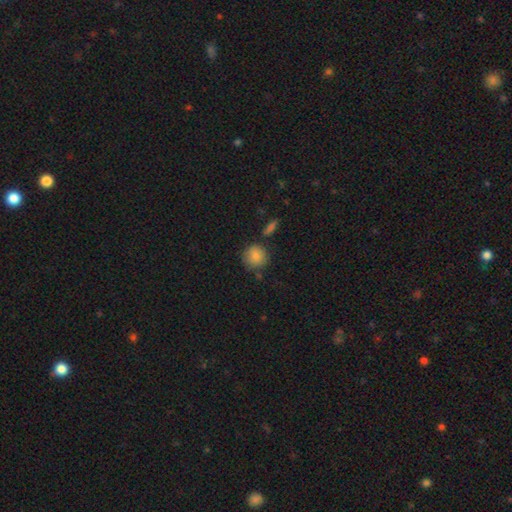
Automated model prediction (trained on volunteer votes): This appears to be a smooth galaxy with no disk features (84%) that is round (88%). Merging: none (77%).